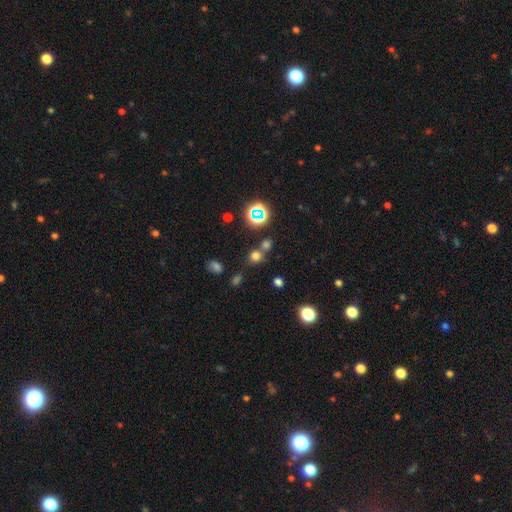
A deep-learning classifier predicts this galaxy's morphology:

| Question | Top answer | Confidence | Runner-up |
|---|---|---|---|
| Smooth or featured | smooth | 64% | star or artifact (28%) |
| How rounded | round | 82% | in between (16%) |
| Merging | none | 63% | merger (24%) |